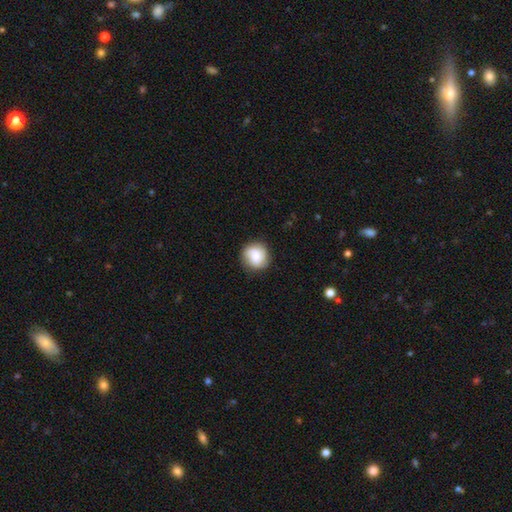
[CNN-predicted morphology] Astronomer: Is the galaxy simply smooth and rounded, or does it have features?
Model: smooth — 74%.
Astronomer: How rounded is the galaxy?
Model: round — 89%.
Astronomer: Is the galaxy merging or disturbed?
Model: none — 84%.